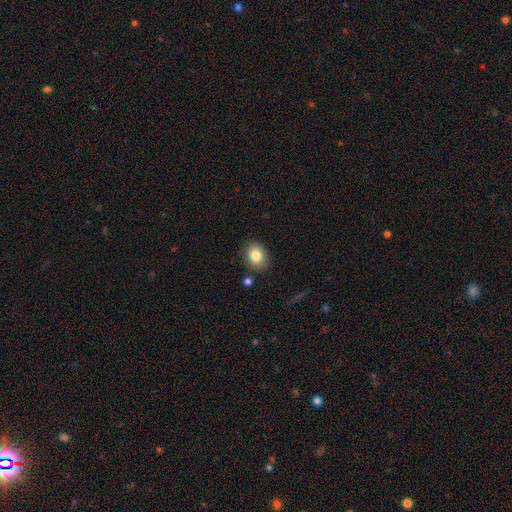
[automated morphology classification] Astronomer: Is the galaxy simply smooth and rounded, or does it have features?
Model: smooth — 83%.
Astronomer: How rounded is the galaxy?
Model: in between — 50% (runner-up: round, 49%).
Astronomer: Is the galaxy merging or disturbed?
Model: none — 85%.